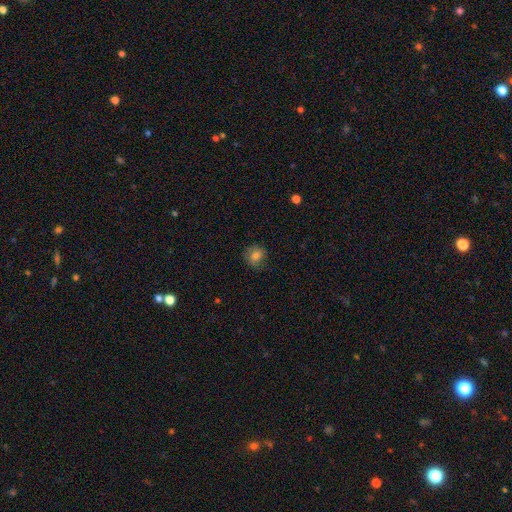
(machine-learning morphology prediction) The model was most divided on "how rounded": round: 73%, in between: 26%, cigar-shaped: 1%. More confident: smooth or featured — smooth (77%); merging — none (75%).